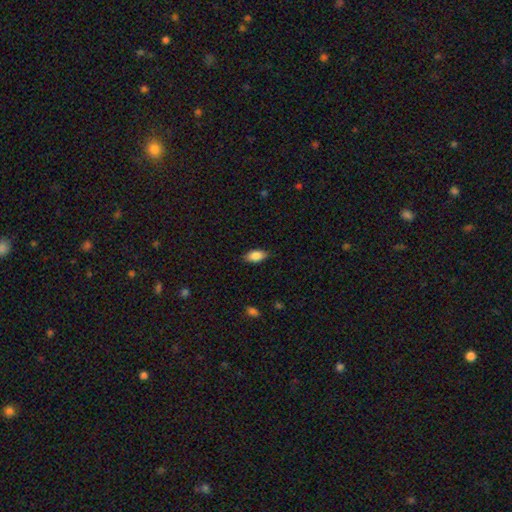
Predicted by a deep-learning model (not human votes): This appears to be a smooth galaxy with no disk features (86%) that is in between round and cigar-shaped (90%). Merging: none (83%).